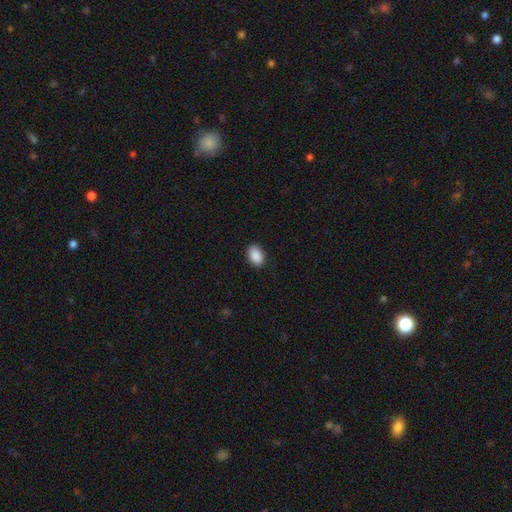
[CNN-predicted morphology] Smooth or featured: smooth — 90% (star or artifact — 7%)
How rounded: in between — 89% (round — 10%)
Merging: none — 89% (minor disturbance — 8%)